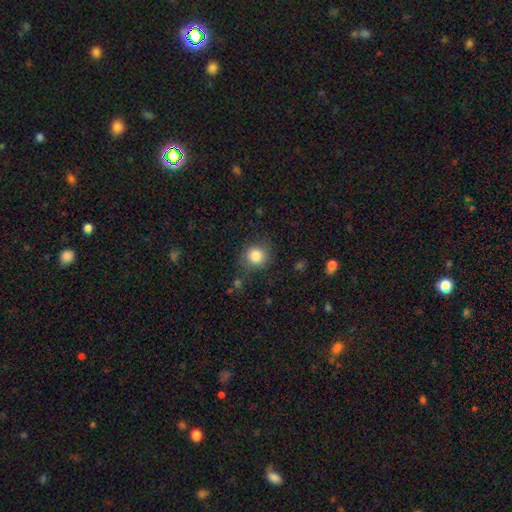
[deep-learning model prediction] The model was most divided on "merging": none: 77%, minor disturbance: 15%, major disturbance: 5%, merger: 2%. More confident: how rounded — round (87%); smooth or featured — smooth (84%).